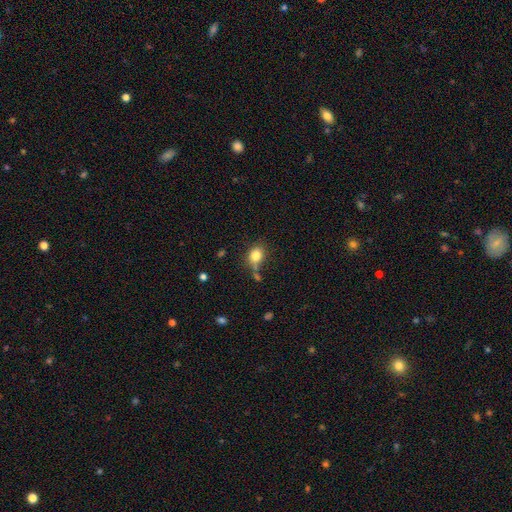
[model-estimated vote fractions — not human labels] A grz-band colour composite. It shows a smooth galaxy with no disk features (82%) that is round (50%). Merging: none (59%).